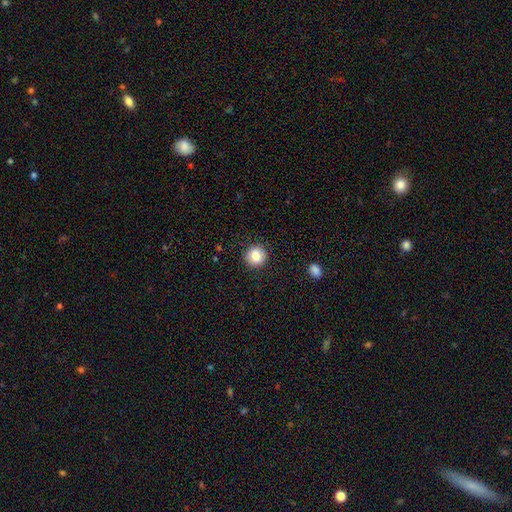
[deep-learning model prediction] Morphology: type=smooth (85%); roundness=round (91%); merging=none (90%).